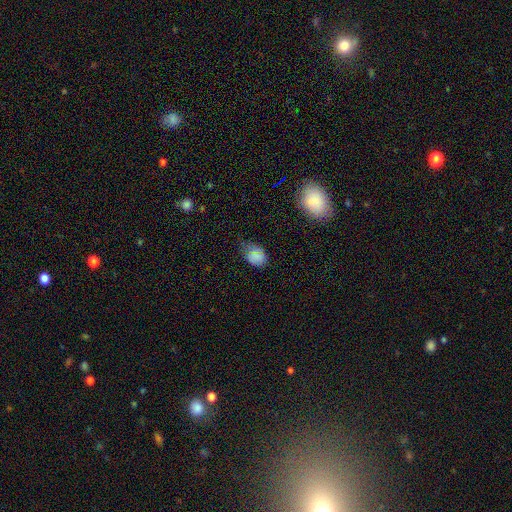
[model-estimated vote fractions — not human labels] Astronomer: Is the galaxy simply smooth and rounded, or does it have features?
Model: smooth — 72%.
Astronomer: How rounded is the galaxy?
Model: in between — 75%.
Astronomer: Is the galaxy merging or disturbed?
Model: none — 55% (runner-up: minor disturbance, 33%).